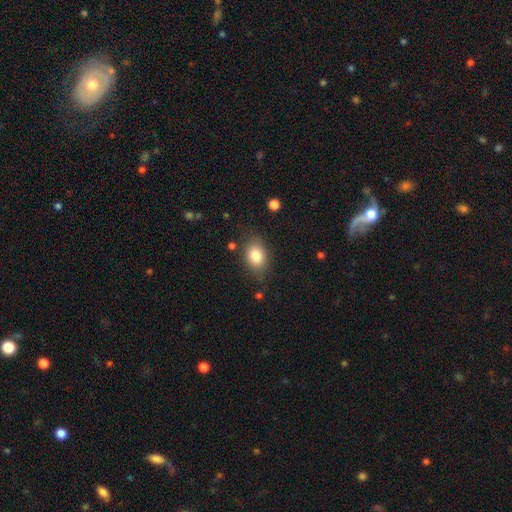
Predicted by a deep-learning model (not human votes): A smooth galaxy with no disk features (82%) that is in between round and cigar-shaped (75%).

Vote fractions:
- Smooth or featured? smooth: 82% / featured or disk: 10% / star or artifact: 9%
- How rounded? in between: 75% / round: 24% / cigar-shaped: 1%
- Merging? none: 78% / minor disturbance: 16% / major disturbance: 4% / merger: 2%